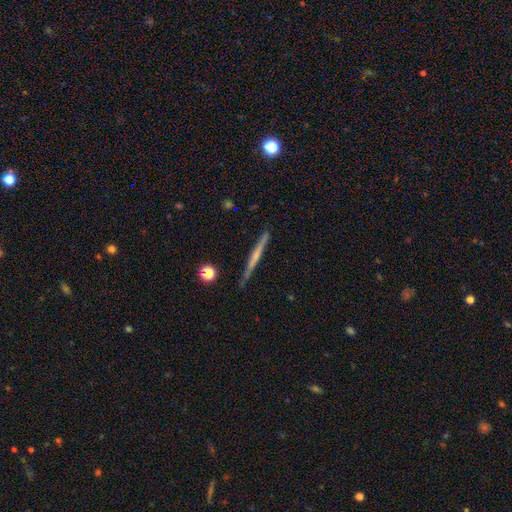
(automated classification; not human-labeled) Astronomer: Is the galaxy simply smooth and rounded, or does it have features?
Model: featured or disk — 58% (runner-up: smooth, 35%).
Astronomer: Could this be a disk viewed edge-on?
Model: yes — 97%.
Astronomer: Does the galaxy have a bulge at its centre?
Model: none — 62%.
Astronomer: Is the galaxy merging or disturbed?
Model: none — 86%.